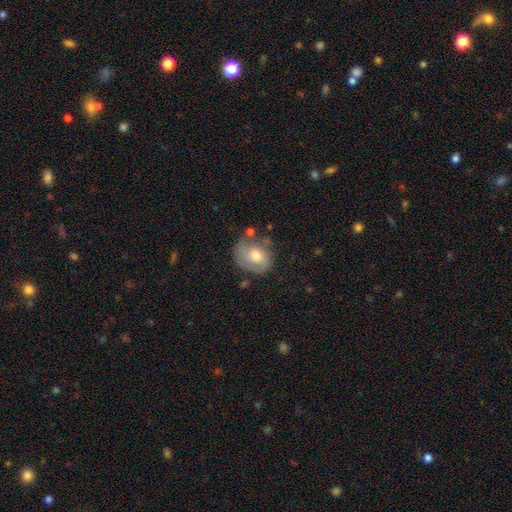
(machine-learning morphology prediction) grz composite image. It shows a smooth galaxy with no disk features (54%) that is round (65%). Merging: none (57%).